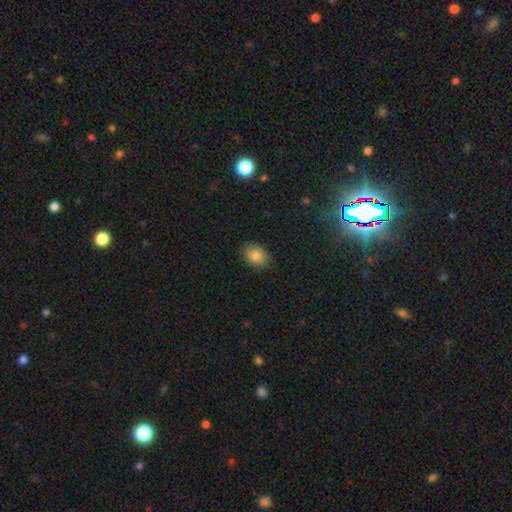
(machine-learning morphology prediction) Smooth or featured: smooth — 82% (star or artifact — 9%)
How rounded: in between — 71% (round — 28%)
Merging: none — 87% (minor disturbance — 10%)